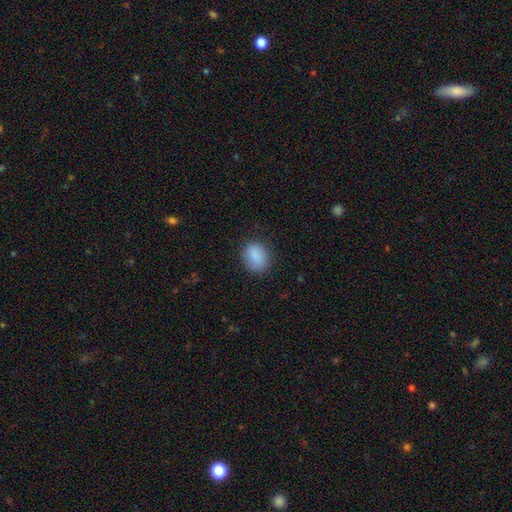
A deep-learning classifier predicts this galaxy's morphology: Q: Smooth or featured?
A: smooth (87%); runner-up: star or artifact (8%)
Q: How rounded?
A: in between (55%); runner-up: round (43%)
Q: Merging?
A: none (83%); runner-up: minor disturbance (13%)